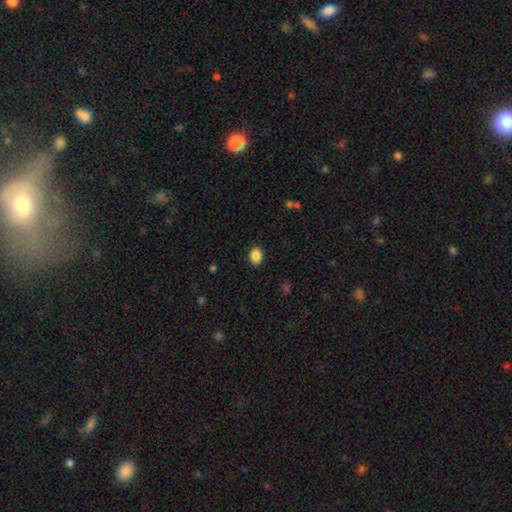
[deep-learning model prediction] Smooth or featured? smooth (87%)
How rounded? in between (68%)
Merging? none (89%)